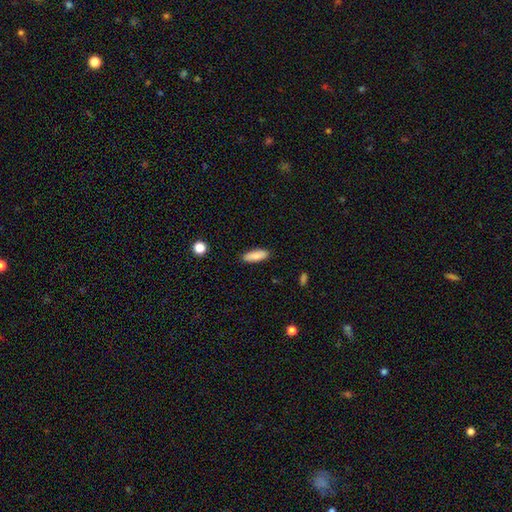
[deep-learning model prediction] Overall: smooth (87%). How rounded: in between (59%; cigar-shaped 39%). Merging: none (89%).